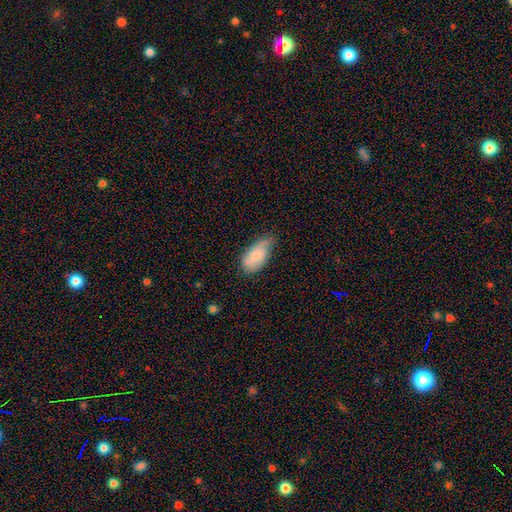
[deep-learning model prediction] Morphology: type=smooth (74%); roundness=in between (93%); merging=none (46%).